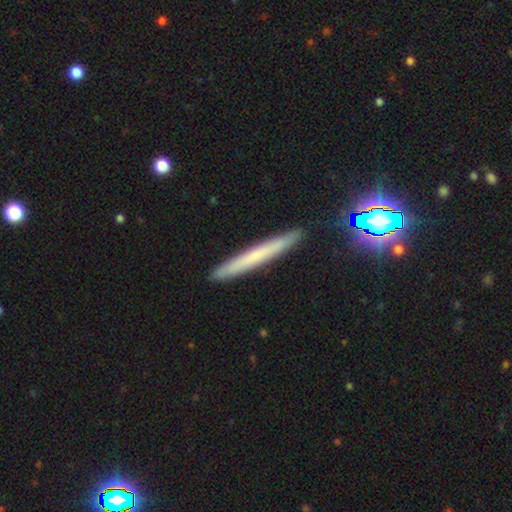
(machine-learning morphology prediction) Smooth or featured: smooth — 54% (featured or disk — 36%)
How rounded: cigar-shaped — 97% (in between — 2%)
Merging: none — 91% (minor disturbance — 6%)